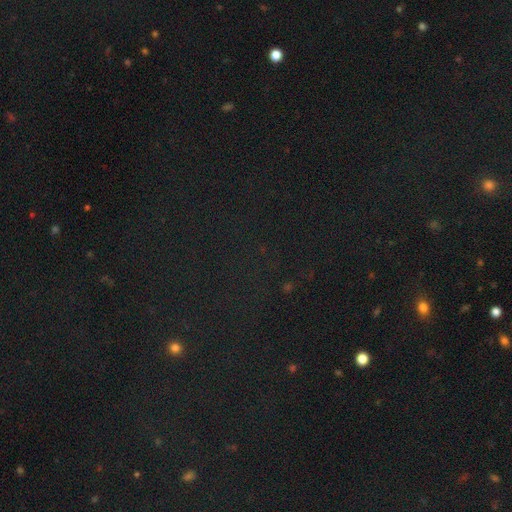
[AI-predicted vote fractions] smooth_or_featured: star or artifact (p=0.80) [alt: smooth p=0.13]